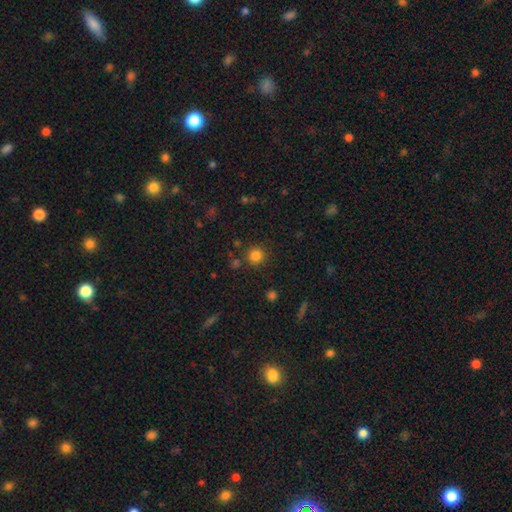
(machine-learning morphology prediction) The model was most divided on "smooth or featured": smooth: 82%, star or artifact: 13%, featured or disk: 5%. More confident: how rounded — round (93%); merging — none (86%).